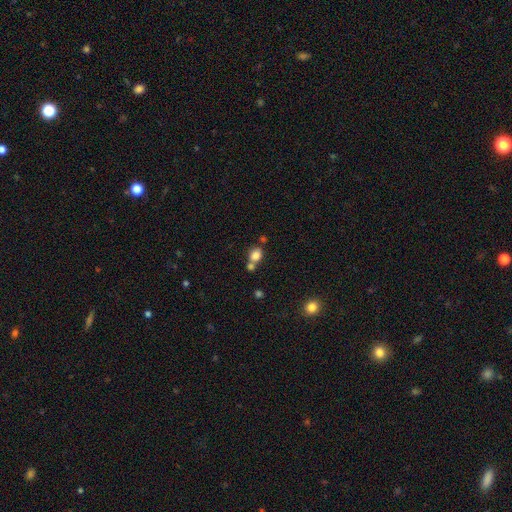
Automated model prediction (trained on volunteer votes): A smooth galaxy with no disk features (81%) that is round (60%). Merging: none (50%).